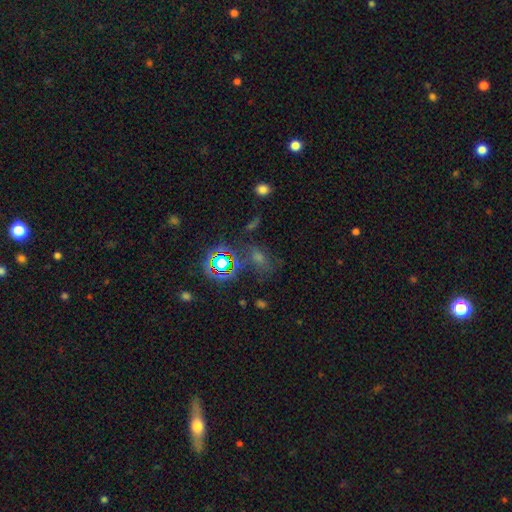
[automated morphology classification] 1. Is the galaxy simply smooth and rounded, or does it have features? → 54% star or artifact, 29% smooth, 16% featured or disk.